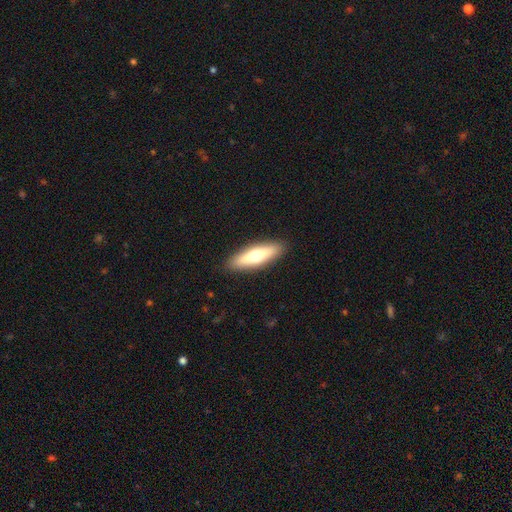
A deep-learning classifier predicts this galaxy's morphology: This is possibly a smooth galaxy (50%). Merging: clearly none (90%).